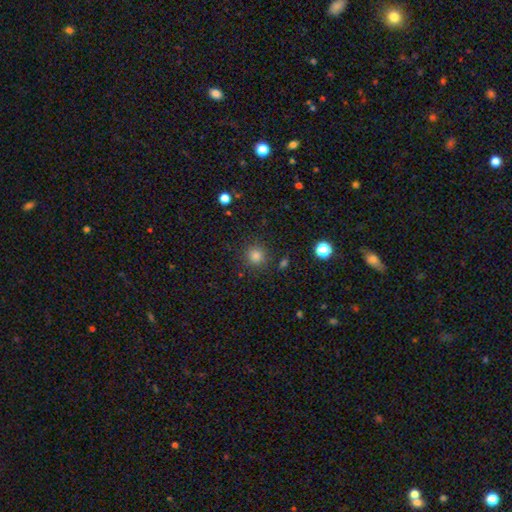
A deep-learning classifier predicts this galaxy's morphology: smooth 80%, star or artifact 15%, featured or disk 5%. Down the decision tree: how rounded — round (93%); merging — none (87%).